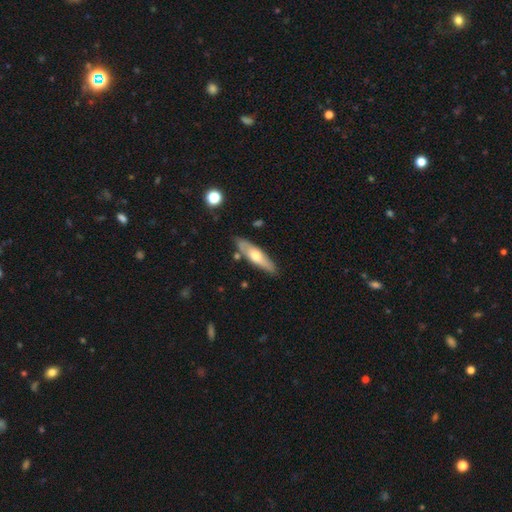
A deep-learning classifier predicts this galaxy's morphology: This appears to be a smooth galaxy with no disk features (48%). Merging: none (80%).